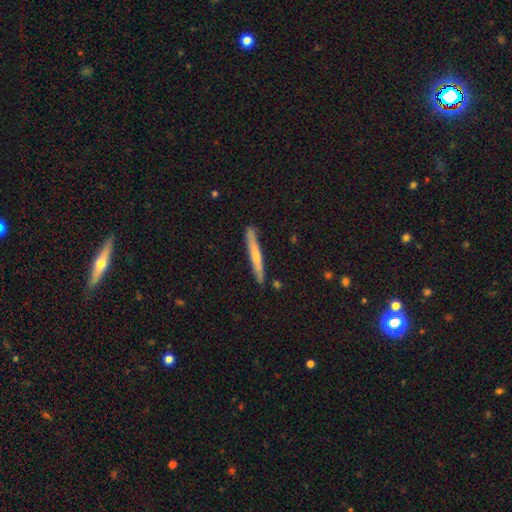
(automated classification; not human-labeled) Smooth or featured: featured or disk — 62% (smooth — 29%)
Edge-on disk: yes — 96% (no — 4%)
Edge-on bulge: rounded — 74% (none — 21%)
Merging: none — 88% (minor disturbance — 9%)